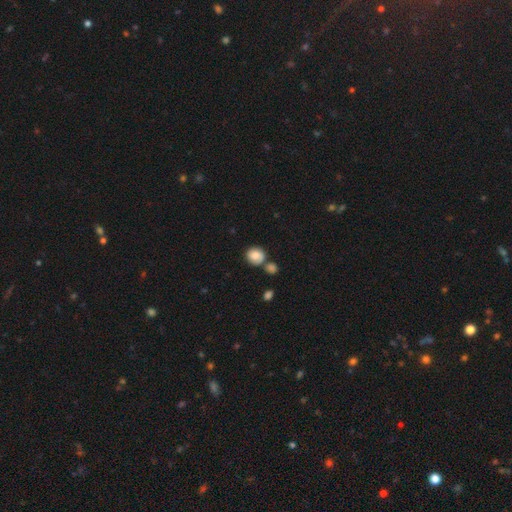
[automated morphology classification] This is likely a smooth galaxy (77%). How rounded: likely round (79%). Merging: possibly none (54%).